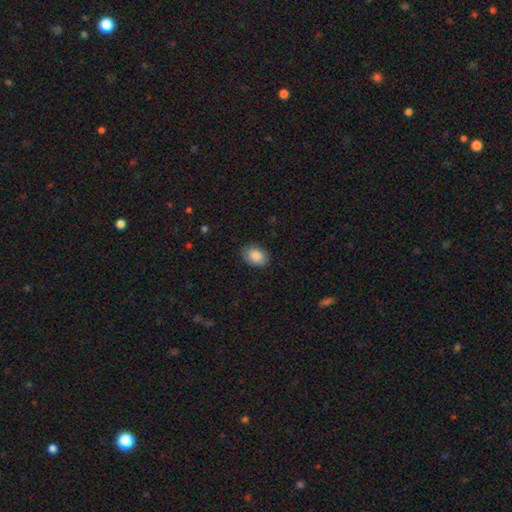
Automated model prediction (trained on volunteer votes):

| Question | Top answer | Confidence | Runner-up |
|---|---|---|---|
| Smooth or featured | smooth | 87% | star or artifact (7%) |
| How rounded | in between | 78% | round (21%) |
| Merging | none | 83% | minor disturbance (13%) |